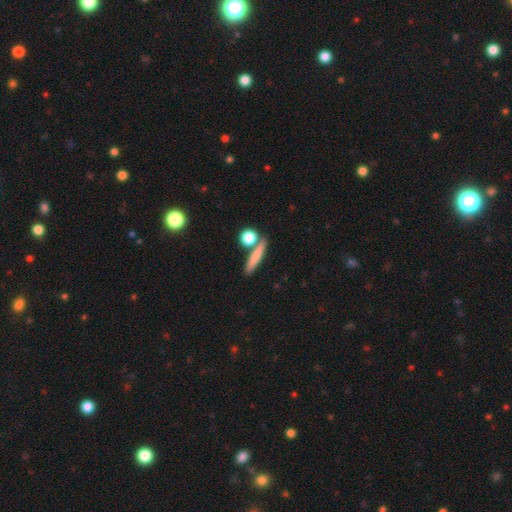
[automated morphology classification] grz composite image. It shows a smooth galaxy with no disk features (75%) that is cigar-shaped (76%). Merging: none (75%).